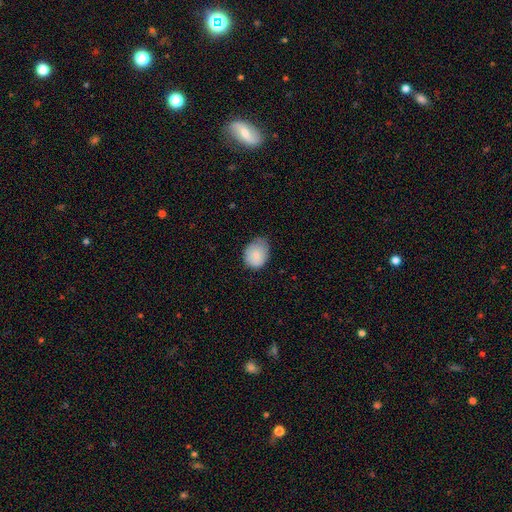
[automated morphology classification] smooth_or_featured: smooth (p=0.85) [alt: featured or disk p=0.08]
how_rounded: round (p=0.51) [alt: in between p=0.48]
merging: none (p=0.51) [alt: minor disturbance p=0.40]